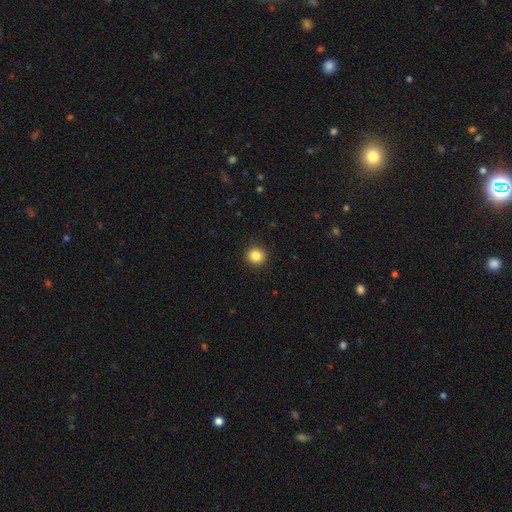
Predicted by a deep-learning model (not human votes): Morphology: type=smooth (85%); roundness=round (90%); merging=none (92%).